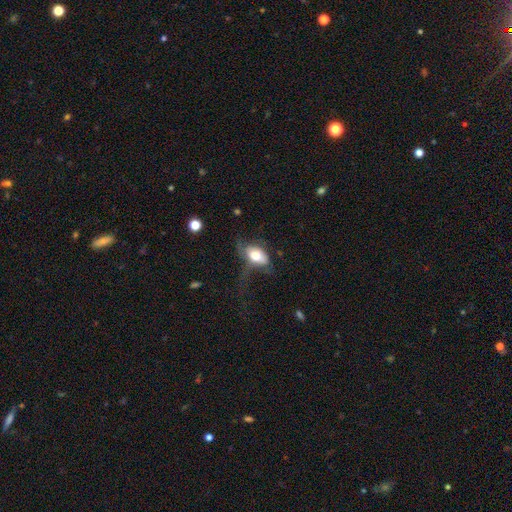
A smooth galaxy with no disk features (59%) that is in between round and cigar-shaped (96%). Merging: major disturbance (63%).